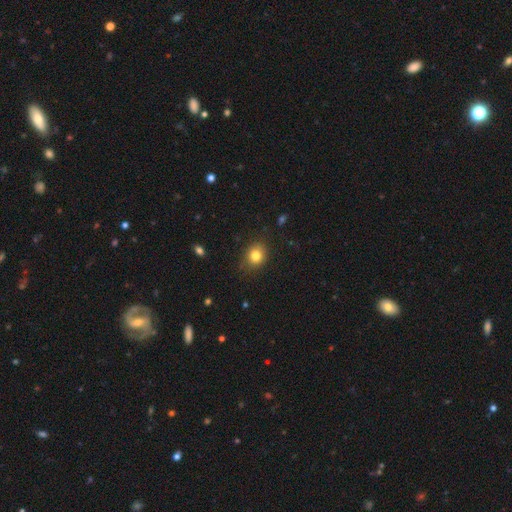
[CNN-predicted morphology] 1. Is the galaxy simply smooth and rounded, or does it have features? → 81% smooth, 11% star or artifact, 8% featured or disk.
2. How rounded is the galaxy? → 63% round, 36% in between, 1% cigar-shaped.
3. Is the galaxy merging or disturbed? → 84% none, 12% minor disturbance, 3% major disturbance, 1% merger.